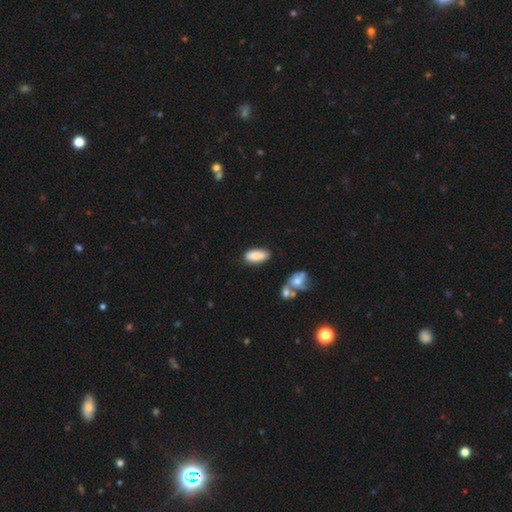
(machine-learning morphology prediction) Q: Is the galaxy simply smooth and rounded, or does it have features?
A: smooth — 87%.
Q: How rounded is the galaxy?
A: in between — 83%.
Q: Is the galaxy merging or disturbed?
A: none — 76%.